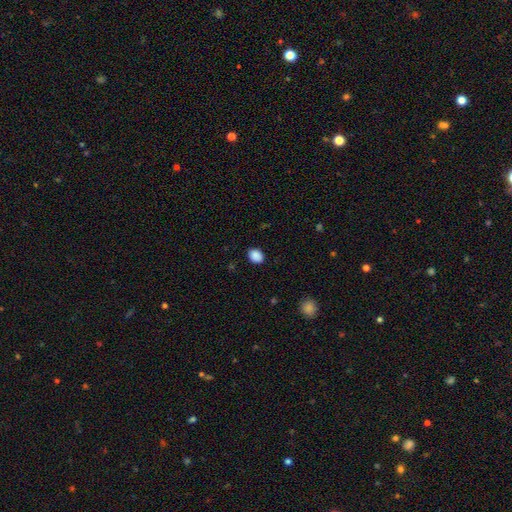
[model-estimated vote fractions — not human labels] This appears to be a smooth galaxy with no disk features (88%) that is in between round and cigar-shaped (51%). Merging: none (87%).